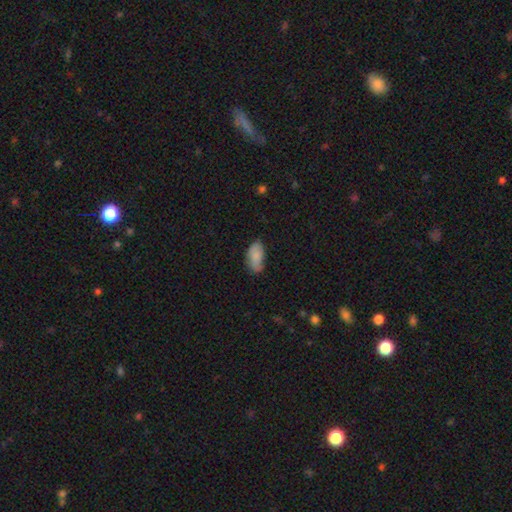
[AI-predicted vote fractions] The model was most divided on "merging": none: 65%, minor disturbance: 28%, major disturbance: 5%, merger: 2%. More confident: how rounded — in between (93%); smooth or featured — smooth (84%).